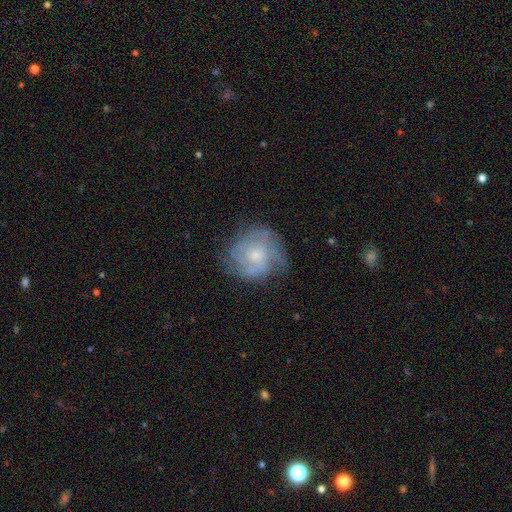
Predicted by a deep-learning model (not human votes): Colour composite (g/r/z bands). It shows a featured or disk galaxy (70%) with no bar (73%), tight (50%) spiral arms (83%) and a small central bulge (62%). Merging: none (65%).